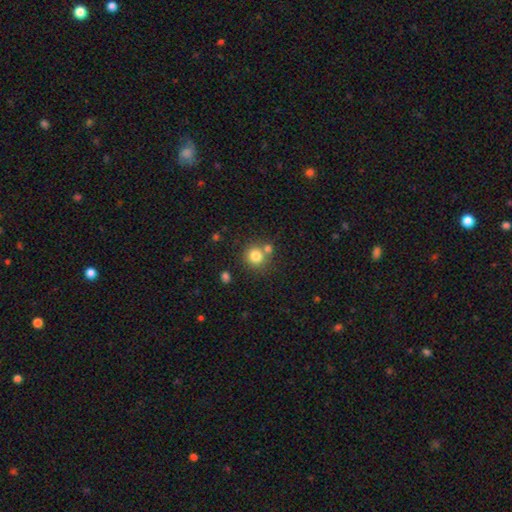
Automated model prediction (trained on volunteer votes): smooth 80%, star or artifact 12%, featured or disk 8%. Down the decision tree: how rounded — round (90%); merging — none (66%).